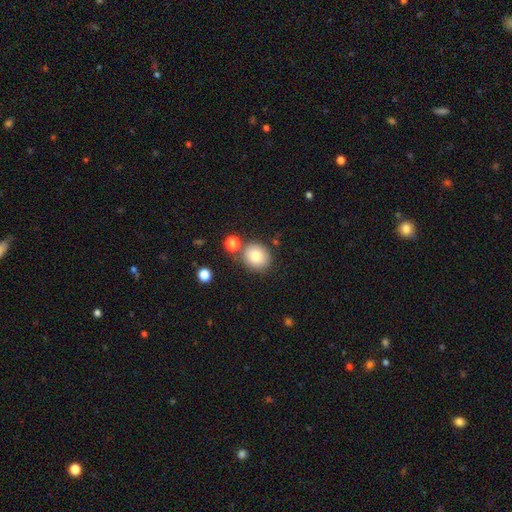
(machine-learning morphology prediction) Smooth or featured? Predicted: smooth (p=0.77). How rounded? Predicted: round (p=0.82). Merging? Predicted: none (p=0.73).